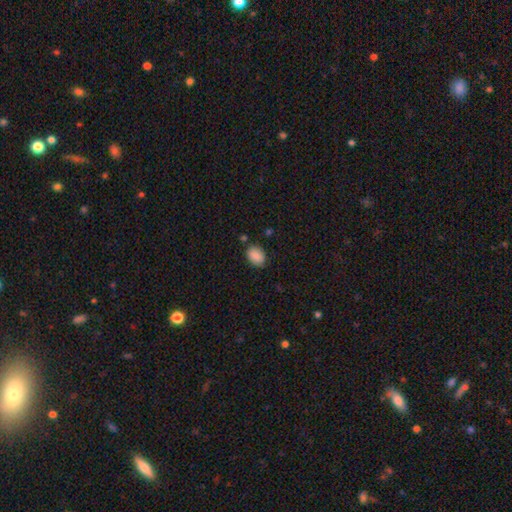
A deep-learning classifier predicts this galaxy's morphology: type=smooth (89%); roundness=in between (77%); merging=none (81%).